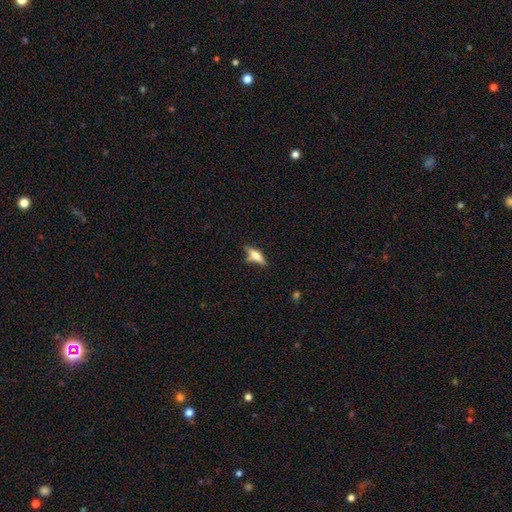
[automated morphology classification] This is possibly a smooth galaxy (59%). How rounded: possibly cigar-shaped (56%). Merging: possibly none (59%).